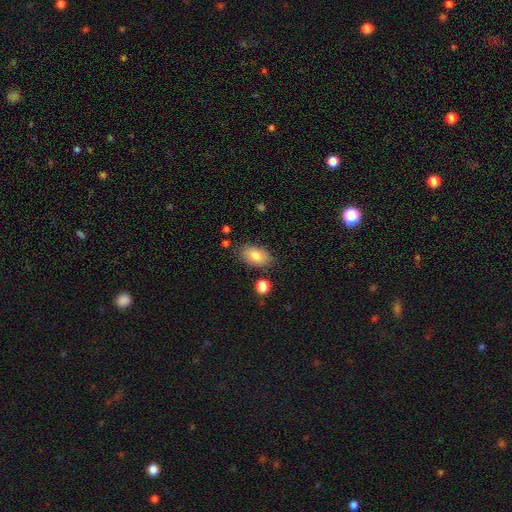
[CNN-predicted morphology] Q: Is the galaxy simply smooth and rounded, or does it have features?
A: smooth — 83%.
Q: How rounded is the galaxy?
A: in between — 92%.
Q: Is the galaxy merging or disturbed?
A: none — 81%.